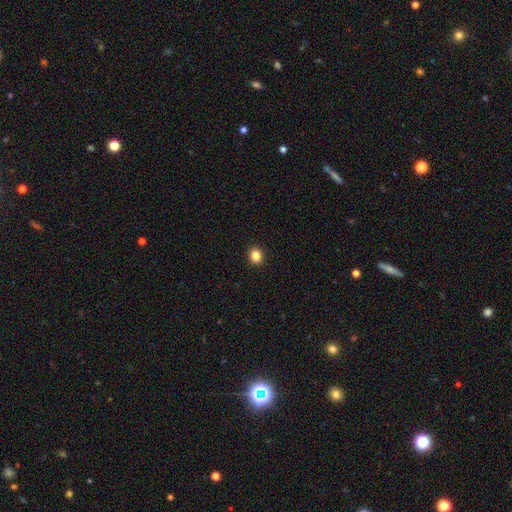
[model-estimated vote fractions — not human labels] smooth-or-featured: smooth: 85% | star or artifact: 11% | featured or disk: 4%
  how-rounded: round: 71% | in between: 28% | cigar-shaped: 1%
  merging: none: 92% | minor disturbance: 5% | major disturbance: 2% | merger: 1%